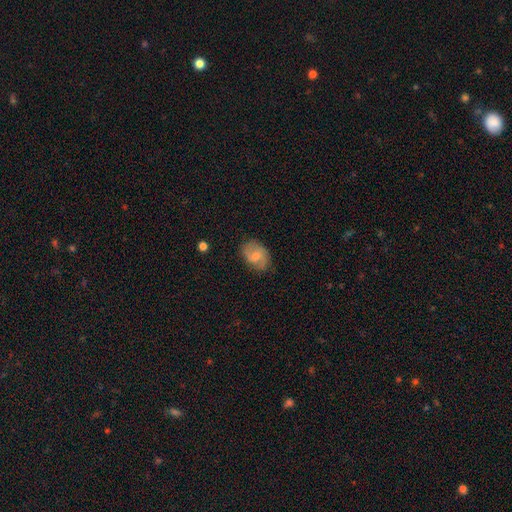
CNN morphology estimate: A smooth galaxy with no disk features (47%). Merging: none (72%).